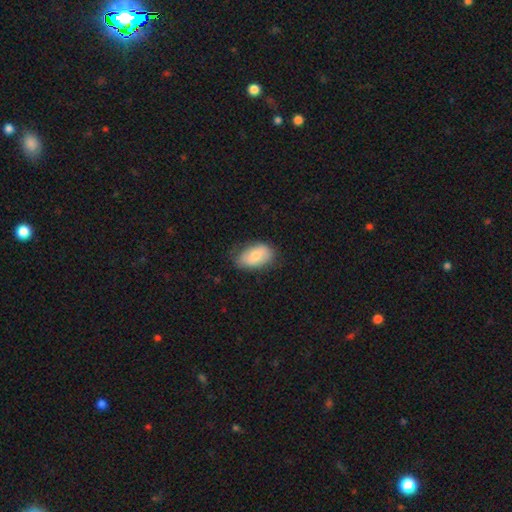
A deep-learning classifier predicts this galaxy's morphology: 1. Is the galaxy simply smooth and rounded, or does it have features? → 72% smooth, 21% featured or disk, 6% star or artifact.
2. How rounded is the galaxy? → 92% in between, 7% round, 2% cigar-shaped.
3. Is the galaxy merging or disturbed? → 69% none, 24% minor disturbance, 6% major disturbance, 1% merger.